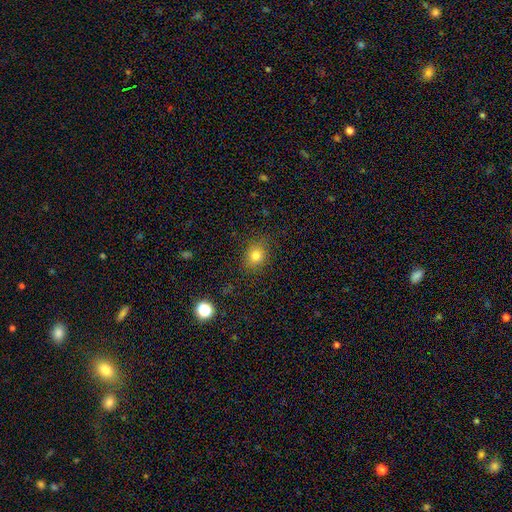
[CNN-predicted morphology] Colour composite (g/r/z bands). It shows a smooth galaxy with no disk features (79%) that is round (67%). Merging: none (84%).